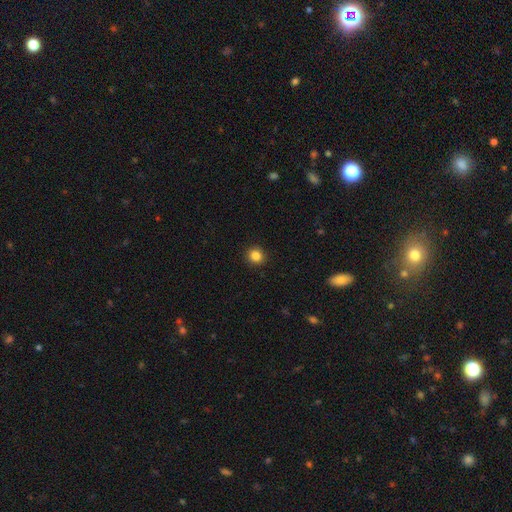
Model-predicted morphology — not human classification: This is clearly a smooth galaxy (85%). How rounded: clearly round (91%). Merging: clearly none (92%).